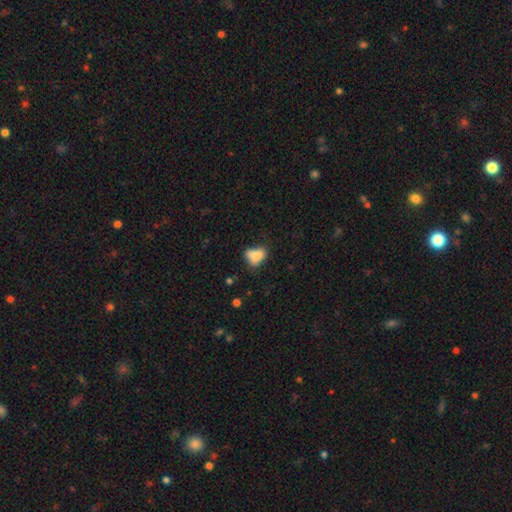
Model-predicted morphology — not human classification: Smooth or featured: smooth — 77% (featured or disk — 13%)
How rounded: in between — 76% (round — 22%)
Merging: none — 37% (minor disturbance — 35%)